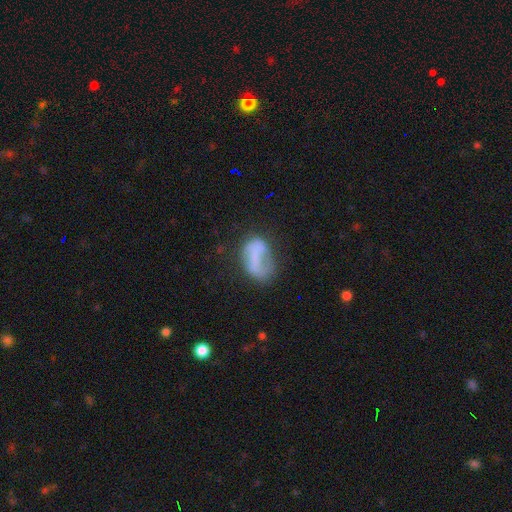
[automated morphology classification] smooth 55%, featured or disk 35%, star or artifact 11%. Down the decision tree: how rounded — in between (83%); merging — none (39%).